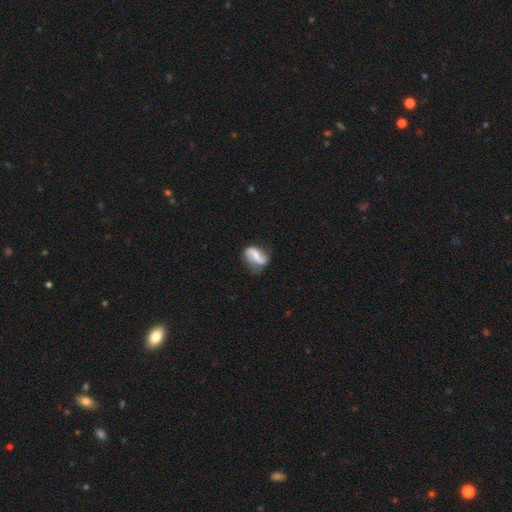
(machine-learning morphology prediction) smooth_or_featured: featured or disk (p=0.72) [alt: smooth p=0.21]
disk_edge_on: no (p=0.97) [alt: yes p=0.03]
bar: strong (p=0.38) [tied with: weak p=0.38]
has_spiral_arms: yes (p=0.89) [alt: no p=0.11]
spiral_winding: loose (p=0.65) [alt: medium p=0.26]
spiral_arm_count: 2 (p=0.86) [alt: 1 p=0.06]
bulge_size: small (p=0.41) [alt: moderate p=0.32]
merging: none (p=0.60) [alt: minor disturbance p=0.25]